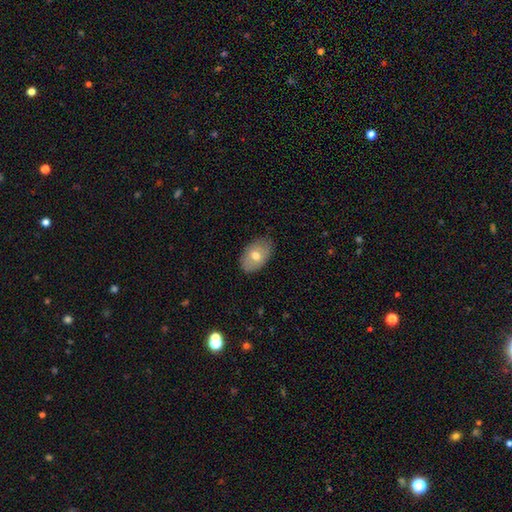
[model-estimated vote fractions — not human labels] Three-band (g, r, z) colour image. It shows a smooth galaxy with no disk features (67%) that is in between round and cigar-shaped (88%). Merging: none (78%).